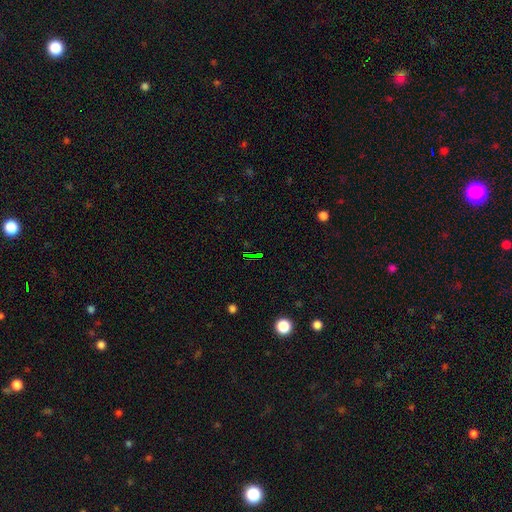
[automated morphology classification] This is likely a star or artifact rather than a galaxy (72%).